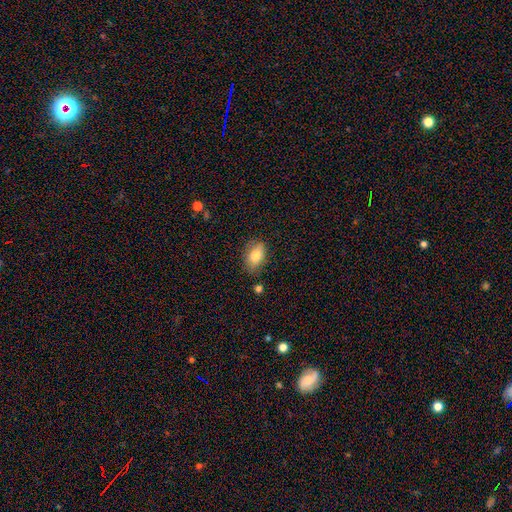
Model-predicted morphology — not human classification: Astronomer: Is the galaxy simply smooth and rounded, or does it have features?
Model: smooth — 79%.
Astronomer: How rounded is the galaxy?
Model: in between — 87%.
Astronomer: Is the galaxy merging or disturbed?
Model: none — 77%.